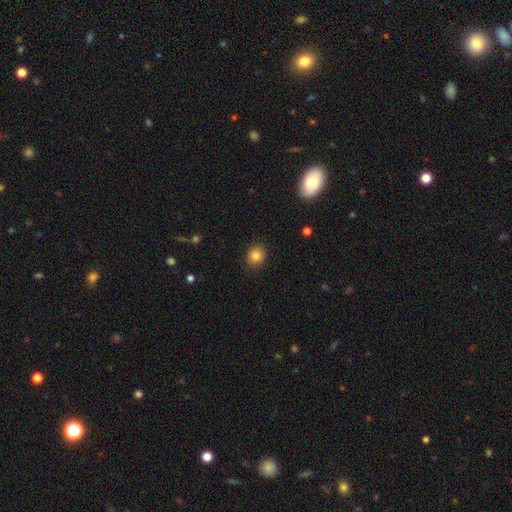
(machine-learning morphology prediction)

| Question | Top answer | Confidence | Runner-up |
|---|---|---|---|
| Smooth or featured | smooth | 83% | star or artifact (10%) |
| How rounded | round | 79% | in between (20%) |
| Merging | none | 87% | minor disturbance (10%) |